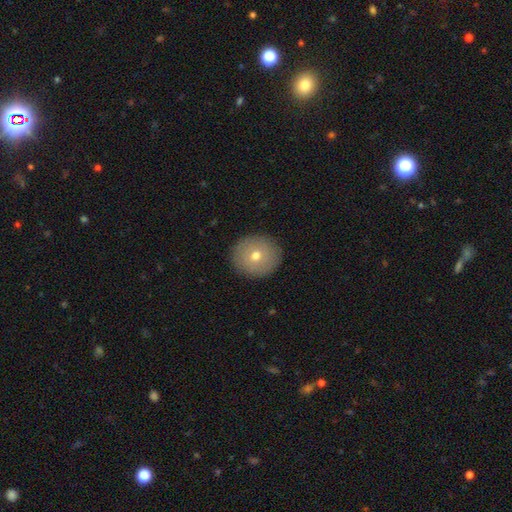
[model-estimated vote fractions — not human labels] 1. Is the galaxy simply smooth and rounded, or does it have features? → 69% smooth, 22% featured or disk, 10% star or artifact.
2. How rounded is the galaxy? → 84% round, 15% in between, 1% cigar-shaped.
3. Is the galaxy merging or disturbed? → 90% none, 7% minor disturbance, 2% major disturbance, 1% merger.